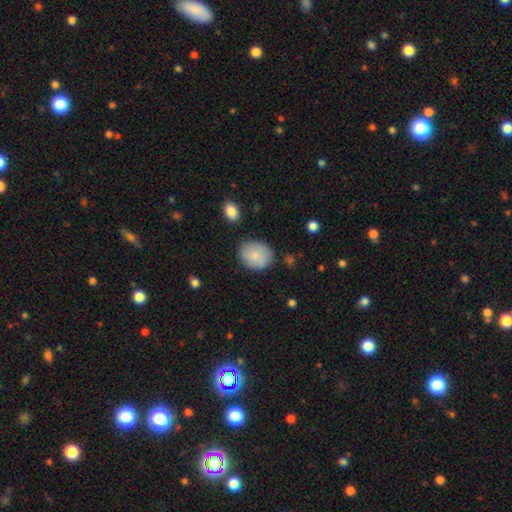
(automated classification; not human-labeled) Smooth or featured: smooth — 79% (featured or disk — 14%)
How rounded: round — 54% (in between — 45%)
Merging: none — 76% (minor disturbance — 17%)